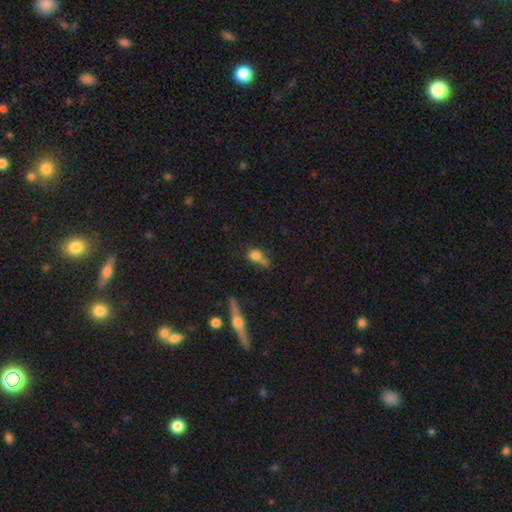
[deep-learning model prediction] Q: Smooth or featured?
A: smooth (74%); runner-up: featured or disk (15%)
Q: How rounded?
A: round (57%); runner-up: in between (38%)
Q: Merging?
A: merger (39%); runner-up: none (37%)